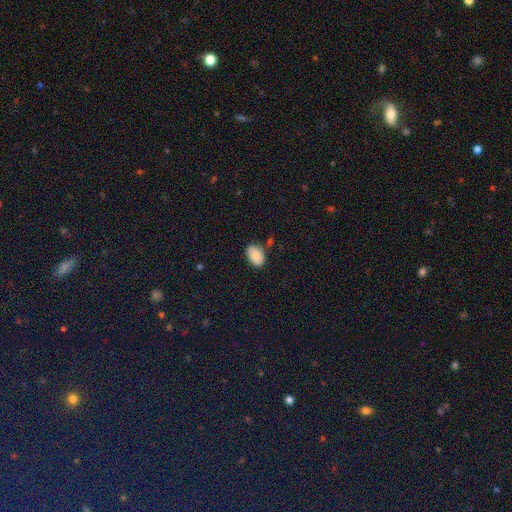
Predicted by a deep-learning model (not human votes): A smooth galaxy with no disk features (85%) that is in between round and cigar-shaped (89%).

Vote fractions:
- Smooth or featured? smooth: 85% / featured or disk: 8% / star or artifact: 7%
- How rounded? in between: 89% / round: 10% / cigar-shaped: 1%
- Merging? none: 74% / minor disturbance: 18% / merger: 5% / major disturbance: 3%